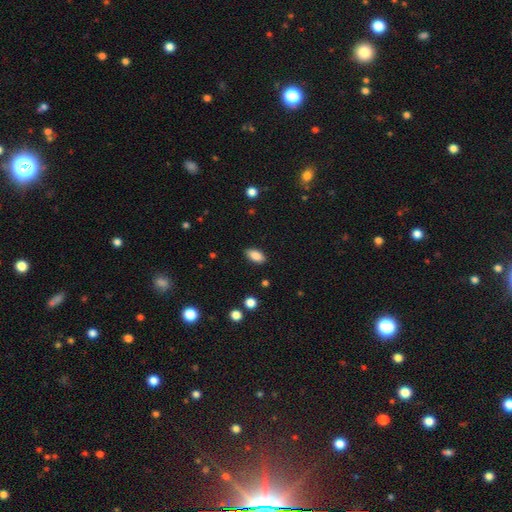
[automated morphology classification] smooth_or_featured: smooth (p=0.87) [alt: star or artifact p=0.08]
how_rounded: in between (p=0.92) [alt: cigar-shaped p=0.04]
merging: none (p=0.87) [alt: minor disturbance p=0.10]